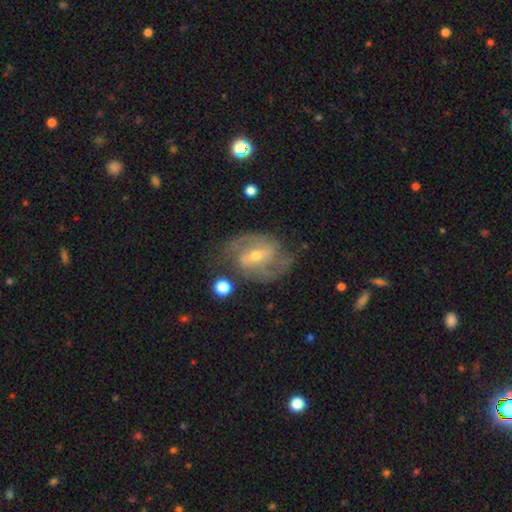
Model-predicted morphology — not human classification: smooth_or_featured: featured or disk (p=0.87) [alt: smooth p=0.08]
disk_edge_on: no (p=0.97) [alt: yes p=0.03]
bar: weak (p=0.45) [alt: strong p=0.34]
has_spiral_arms: yes (p=0.94) [alt: no p=0.06]
spiral_winding: medium (p=0.55) [alt: tight p=0.26]
spiral_arm_count: 2 (p=0.87) [alt: can't tell p=0.06]
bulge_size: small (p=0.54) [alt: moderate p=0.42]
merging: none (p=0.73) [alt: minor disturbance p=0.16]